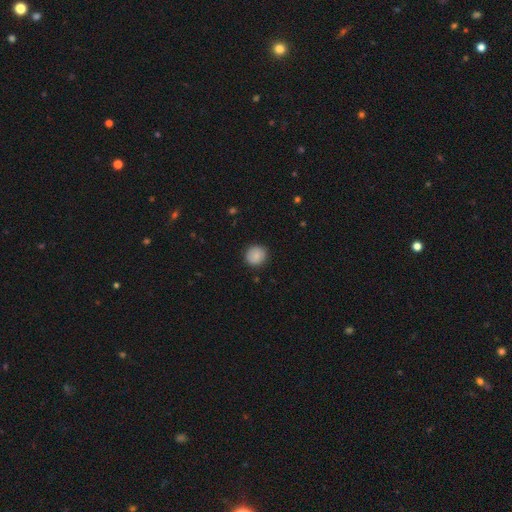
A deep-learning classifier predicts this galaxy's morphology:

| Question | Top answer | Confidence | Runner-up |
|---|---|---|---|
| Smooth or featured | smooth | 87% | star or artifact (8%) |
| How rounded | round | 88% | in between (12%) |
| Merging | none | 89% | minor disturbance (8%) |